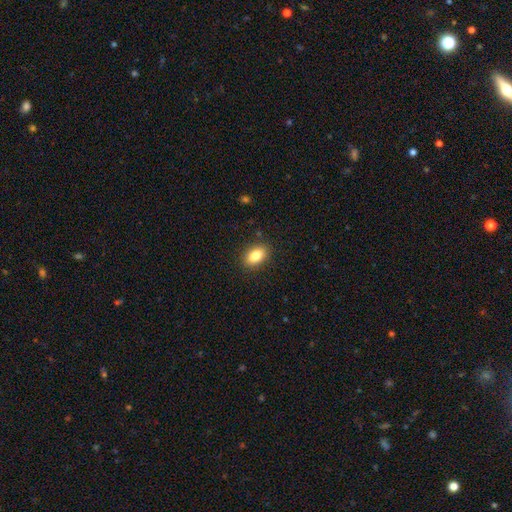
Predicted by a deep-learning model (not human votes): A smooth galaxy with no disk features (83%) that is in between round and cigar-shaped (87%). Merging: none (88%).